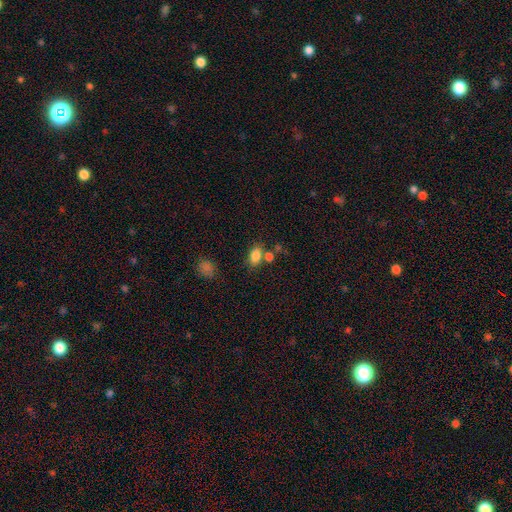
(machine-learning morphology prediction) This is clearly a smooth galaxy (83%). How rounded: clearly in between (83%). Merging: possibly none (58%).